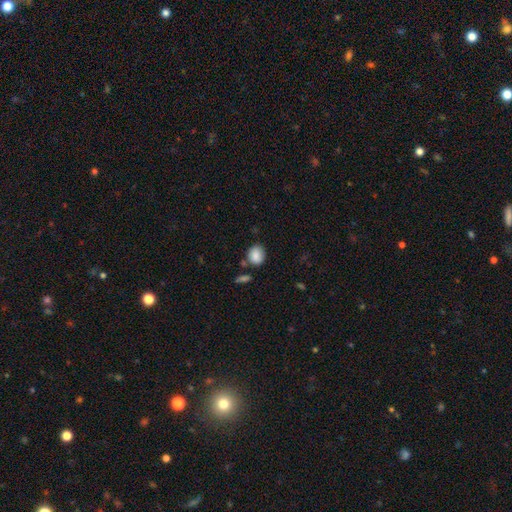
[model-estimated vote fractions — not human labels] smooth 87%, star or artifact 8%, featured or disk 5%. Down the decision tree: how rounded — round (57%); merging — none (71%).